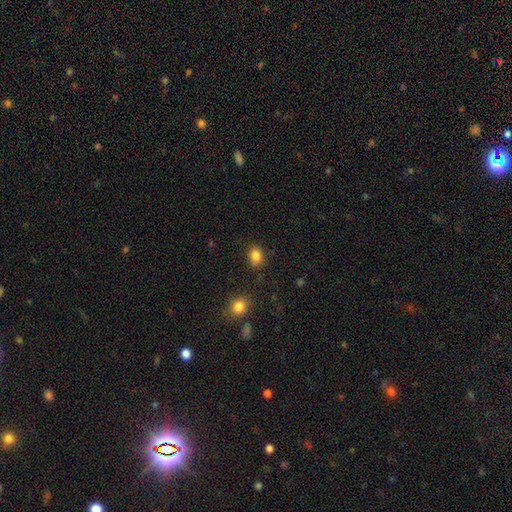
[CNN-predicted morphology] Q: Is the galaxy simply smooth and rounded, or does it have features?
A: smooth — 84%.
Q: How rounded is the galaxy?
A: in between — 56%.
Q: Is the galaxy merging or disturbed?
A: none — 83%.